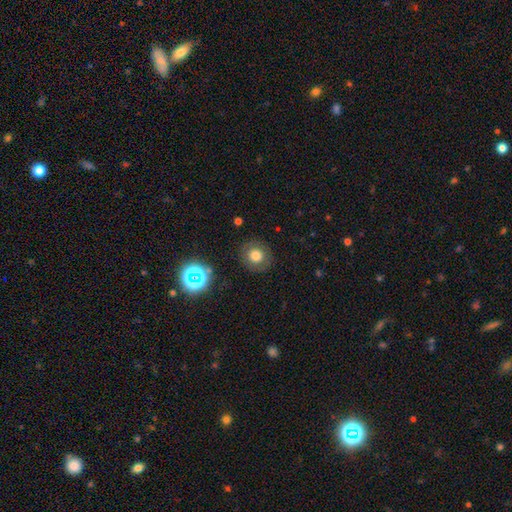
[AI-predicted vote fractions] Overall: smooth (69%). How rounded: round (86%). Merging: none (84%).